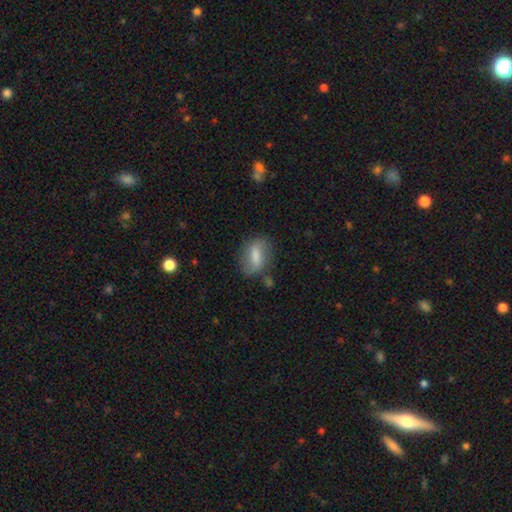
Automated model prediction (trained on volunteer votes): smooth 66%, featured or disk 27%, star or artifact 8%. Down the decision tree: how rounded — in between (79%); merging — none (67%).